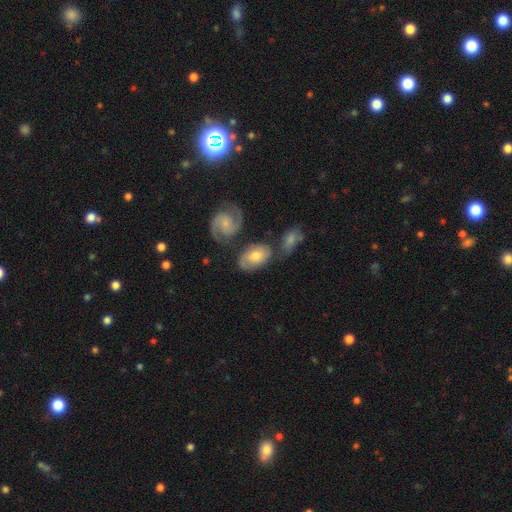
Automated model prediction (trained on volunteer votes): smooth-or-featured: featured or disk: 52% | smooth: 40% | star or artifact: 7%
  disk-edge-on: no: 94% | yes: 6%
  merging: none: 56% | minor disturbance: 19% | merger: 18% | major disturbance: 7%